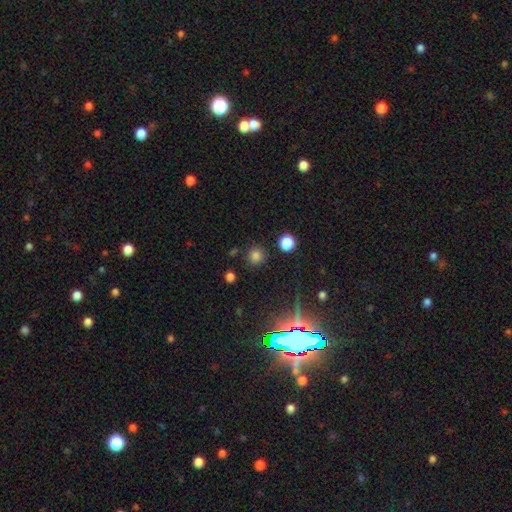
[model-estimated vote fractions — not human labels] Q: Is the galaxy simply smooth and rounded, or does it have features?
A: smooth — 76%.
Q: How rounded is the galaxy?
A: round — 91%.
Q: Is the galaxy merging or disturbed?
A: none — 86%.